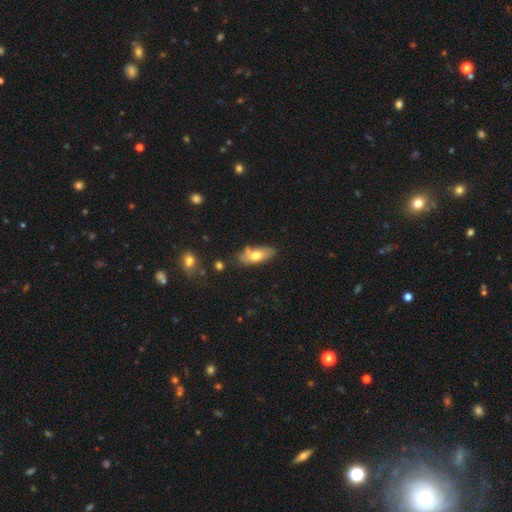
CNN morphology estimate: Q: Smooth or featured?
A: smooth (66%); runner-up: featured or disk (27%)
Q: How rounded?
A: in between (78%); runner-up: cigar-shaped (19%)
Q: Merging?
A: none (65%); runner-up: minor disturbance (21%)